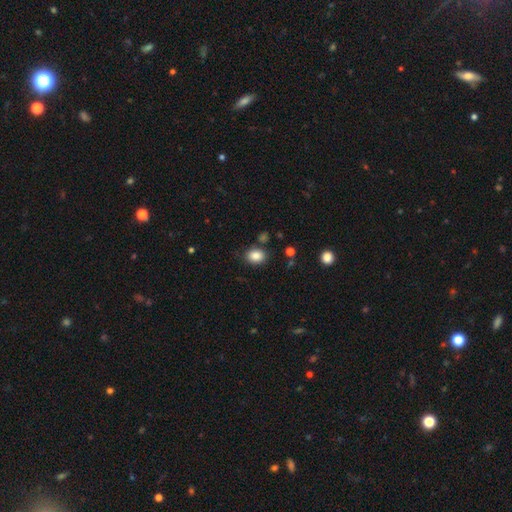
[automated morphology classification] Smooth or featured?
  - smooth: 85% *
  - star or artifact: 10%
  - featured or disk: 5%
How rounded?
  - in between: 58% *
  - round: 41%
  - cigar-shaped: 1%
Merging?
  - none: 81% *
  - minor disturbance: 11%
  - merger: 4%
  - major disturbance: 3%